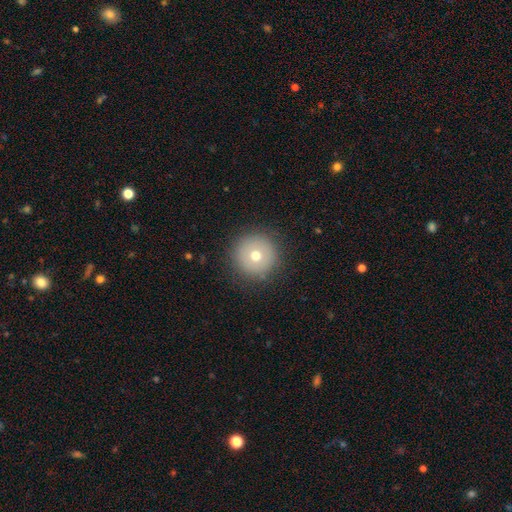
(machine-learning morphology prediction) smooth_or_featured: smooth (p=0.66) [alt: featured or disk p=0.21]
how_rounded: round (p=0.97) [alt: in between p=0.02]
merging: none (p=0.90) [alt: minor disturbance p=0.06]